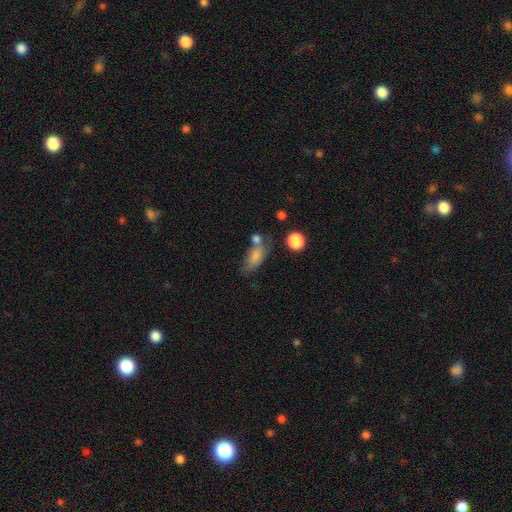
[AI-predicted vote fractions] smooth-or-featured: smooth: 78% | featured or disk: 14% | star or artifact: 9%
  how-rounded: in between: 81% | cigar-shaped: 13% | round: 6%
  merging: none: 46% | merger: 23% | minor disturbance: 21% | major disturbance: 10%